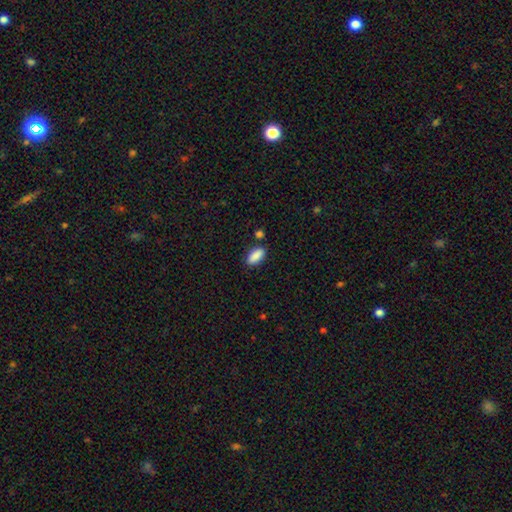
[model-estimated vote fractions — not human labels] A smooth galaxy with no disk features (89%) that is in between round and cigar-shaped (88%). Merging: none (81%).